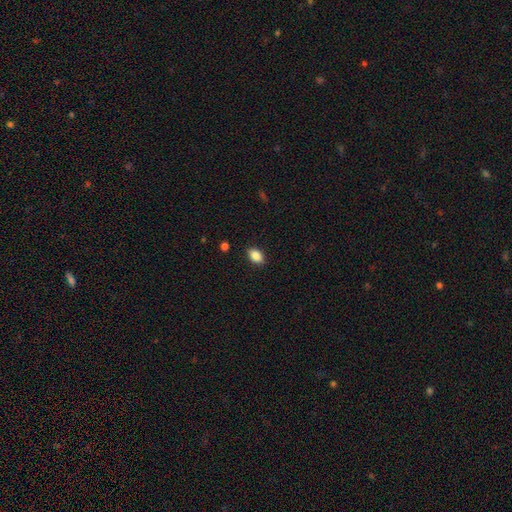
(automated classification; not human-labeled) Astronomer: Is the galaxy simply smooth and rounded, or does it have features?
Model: smooth — 87%.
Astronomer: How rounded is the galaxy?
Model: in between — 87%.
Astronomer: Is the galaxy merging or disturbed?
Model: none — 87%.